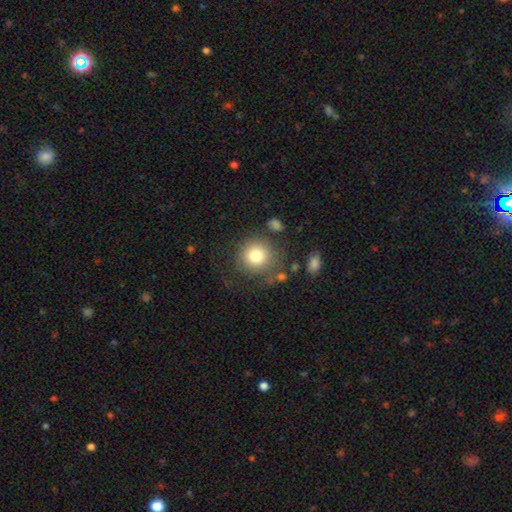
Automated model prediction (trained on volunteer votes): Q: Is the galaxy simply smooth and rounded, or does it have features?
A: smooth — 79%.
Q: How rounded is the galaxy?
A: round — 91%.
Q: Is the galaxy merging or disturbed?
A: none — 71%.